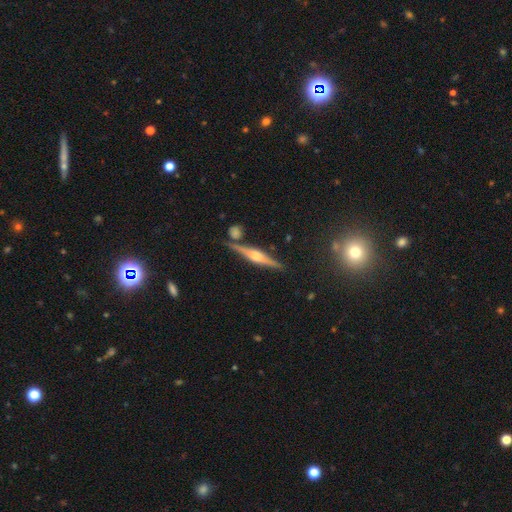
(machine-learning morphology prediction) The model was most divided on "smooth or featured": featured or disk: 79%, smooth: 13%, star or artifact: 7%. More confident: edge-on disk — yes (98%); merging — none (83%); edge-on bulge — rounded (82%).